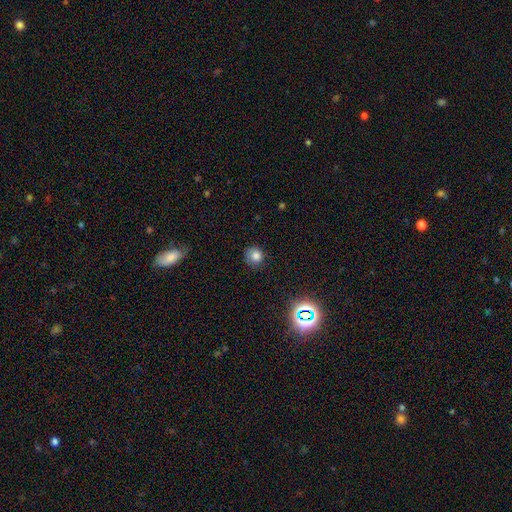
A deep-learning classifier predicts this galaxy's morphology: Overall: smooth (78%). How rounded: round (87%). Merging: none (80%).